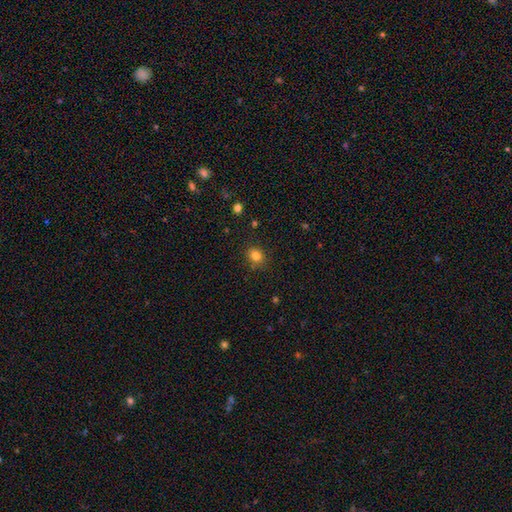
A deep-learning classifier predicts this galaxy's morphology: This appears to be a smooth galaxy with no disk features (82%) that is round (65%). Merging: none (85%).